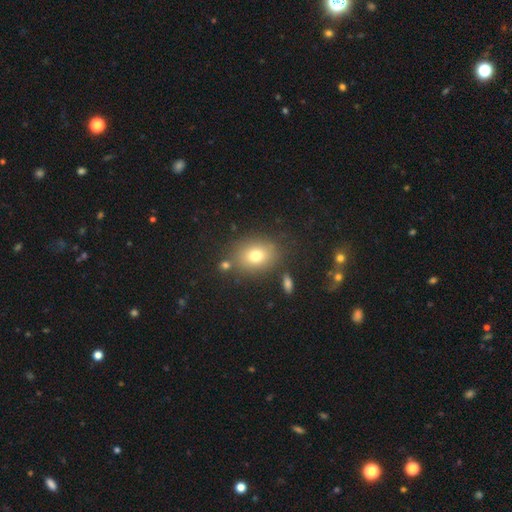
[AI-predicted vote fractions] This appears to be a smooth galaxy with no disk features (75%) that is in between round and cigar-shaped (53%). Merging: none (79%).